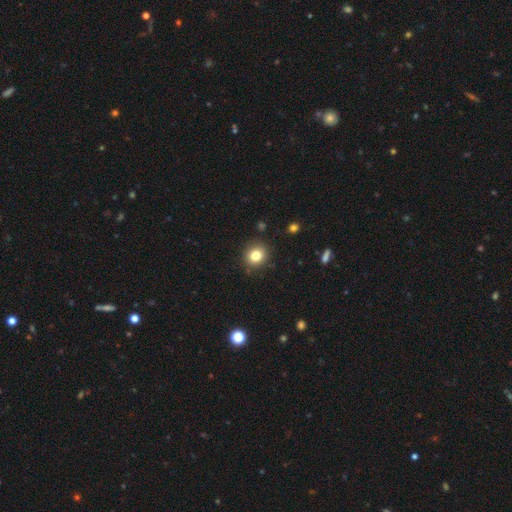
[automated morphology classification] smooth 81%, star or artifact 12%, featured or disk 7%. Down the decision tree: how rounded — round (85%); merging — none (88%).